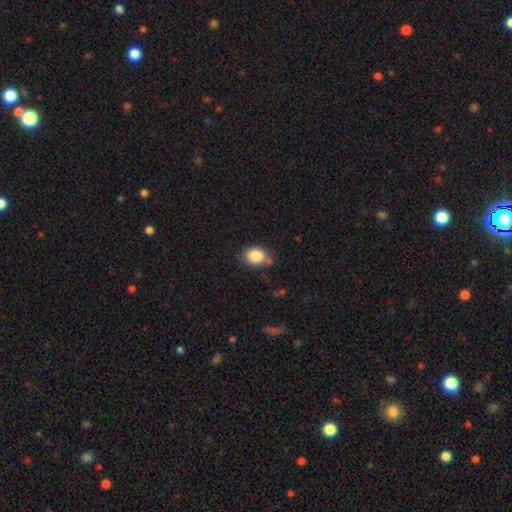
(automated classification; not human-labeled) Q: Smooth or featured?
A: smooth (86%); runner-up: star or artifact (9%)
Q: How rounded?
A: round (56%); runner-up: in between (43%)
Q: Merging?
A: none (72%); runner-up: minor disturbance (17%)